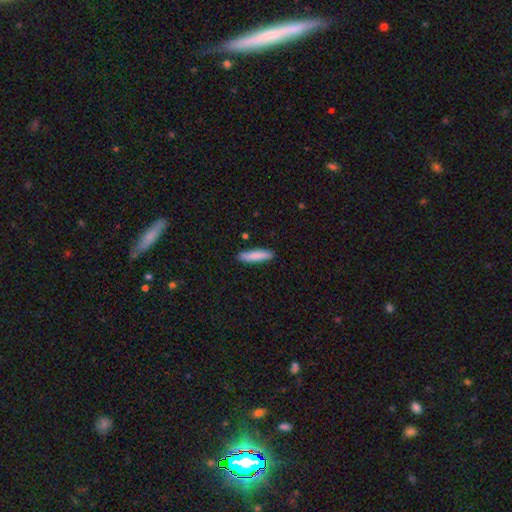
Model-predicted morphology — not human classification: A smooth galaxy with no disk features (85%) that is cigar-shaped (83%). Merging: none (89%).